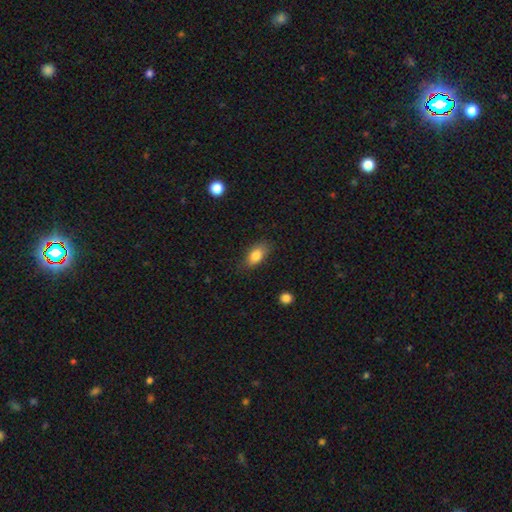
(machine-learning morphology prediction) A smooth galaxy with no disk features (83%) that is in between round and cigar-shaped (87%). Merging: none (81%).